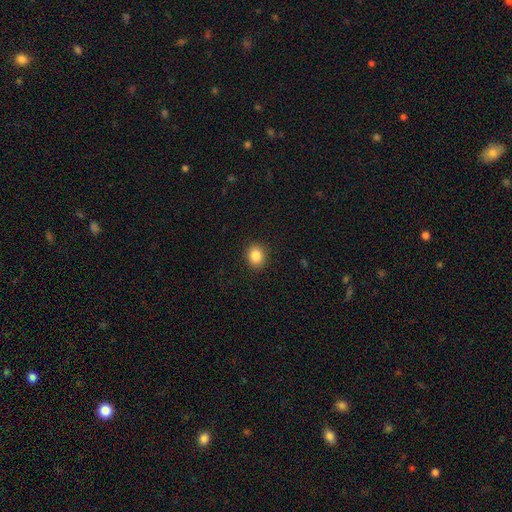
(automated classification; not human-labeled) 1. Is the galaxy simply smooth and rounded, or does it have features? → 86% smooth, 9% star or artifact, 5% featured or disk.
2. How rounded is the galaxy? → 64% round, 35% in between, 1% cigar-shaped.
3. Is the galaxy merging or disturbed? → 91% none, 6% minor disturbance, 2% major disturbance, 1% merger.